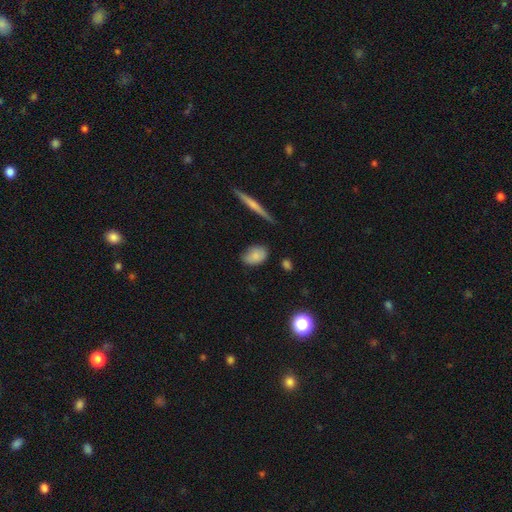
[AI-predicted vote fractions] Morphology: type=smooth (81%); roundness=in between (83%); merging=none (68%).